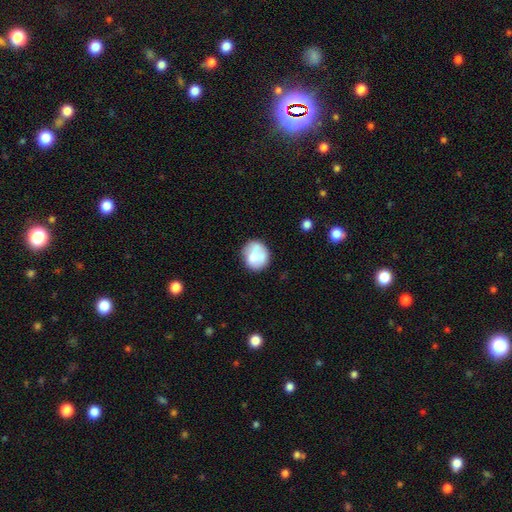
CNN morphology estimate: smooth 73%, featured or disk 20%, star or artifact 8%. Down the decision tree: how rounded — round (74%); merging — none (64%).